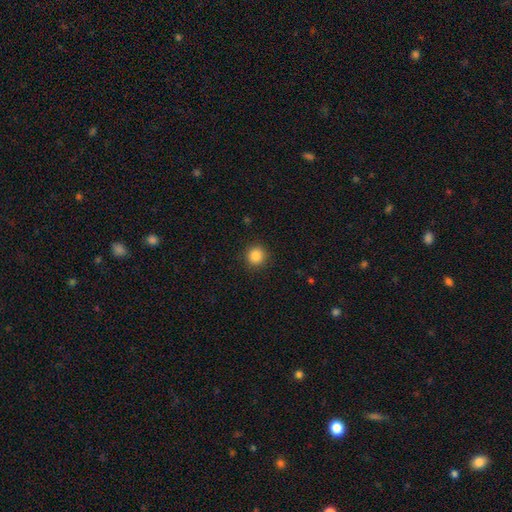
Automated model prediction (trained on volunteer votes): Overall: smooth (85%). How rounded: round (94%). Merging: none (92%).